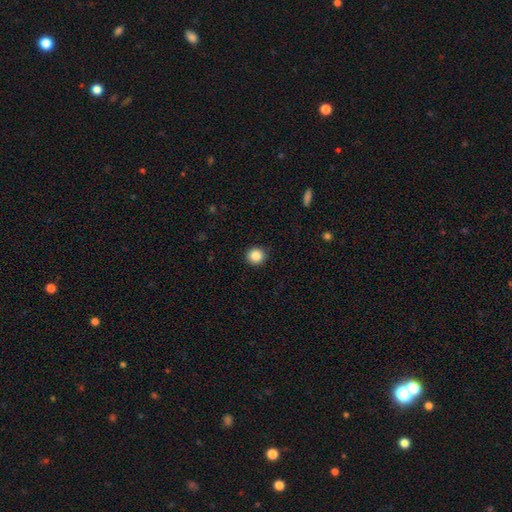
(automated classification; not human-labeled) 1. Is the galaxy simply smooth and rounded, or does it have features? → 87% smooth, 9% star or artifact, 4% featured or disk.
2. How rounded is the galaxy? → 93% round, 6% in between, 1% cigar-shaped.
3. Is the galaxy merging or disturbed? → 92% none, 5% minor disturbance, 2% major disturbance, 1% merger.